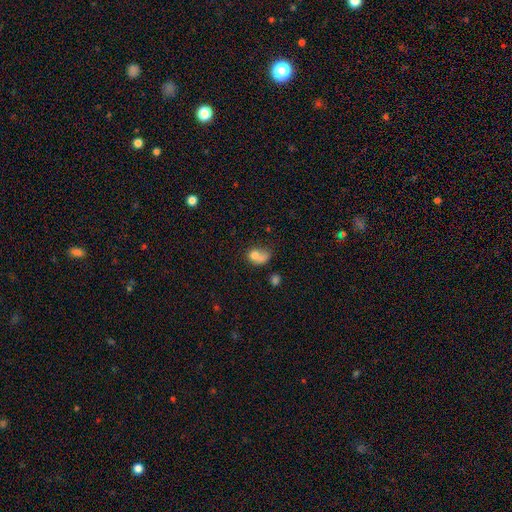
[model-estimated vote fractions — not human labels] Smooth or featured: smooth — 72% (featured or disk — 17%)
How rounded: in between — 52% (round — 46%)
Merging: merger — 42% (none — 23%)